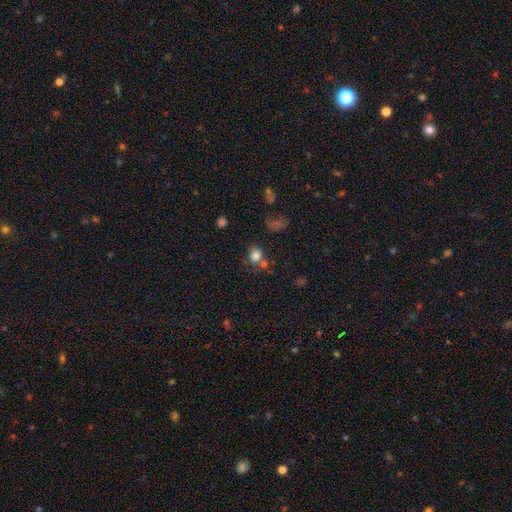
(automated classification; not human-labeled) Smooth or featured? Predicted: smooth (p=0.79). How rounded? Predicted: round (p=0.78). Merging? Predicted: none (p=0.58).